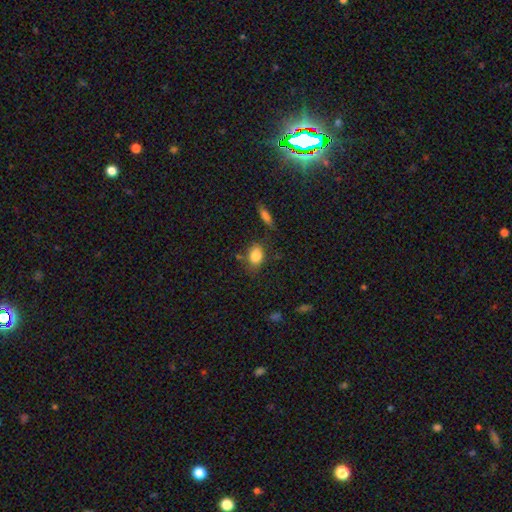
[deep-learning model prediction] Overall: smooth (85%). How rounded: in between (73%). Merging: none (72%).